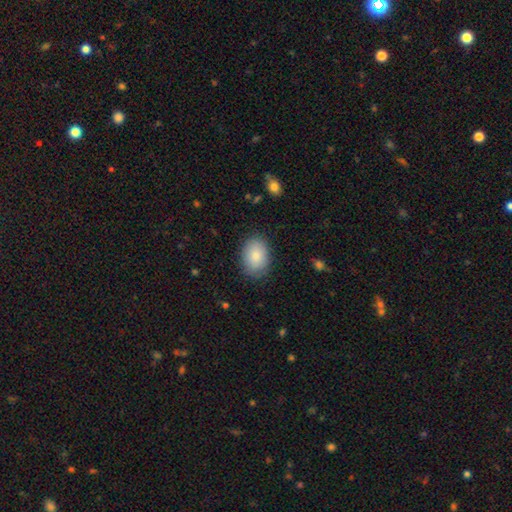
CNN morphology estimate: Smooth or featured?
  - smooth: 86% *
  - featured or disk: 7%
  - star or artifact: 7%
How rounded?
  - in between: 82% *
  - round: 17%
  - cigar-shaped: 1%
Merging?
  - none: 83% *
  - minor disturbance: 13%
  - major disturbance: 3%
  - merger: 1%